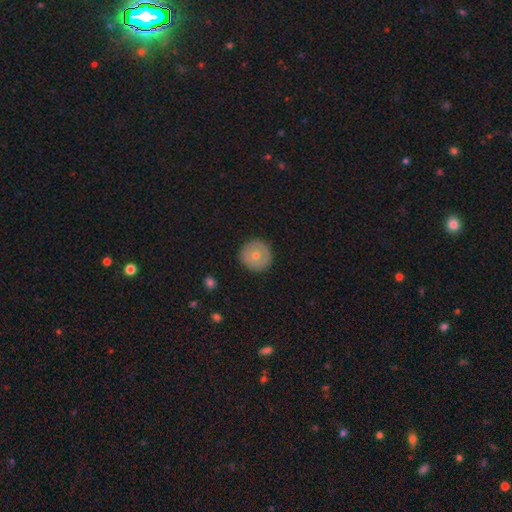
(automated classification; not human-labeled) smooth_or_featured: smooth (p=0.59) [alt: featured or disk p=0.34]
how_rounded: round (p=0.95) [alt: in between p=0.04]
merging: none (p=0.90) [alt: minor disturbance p=0.07]